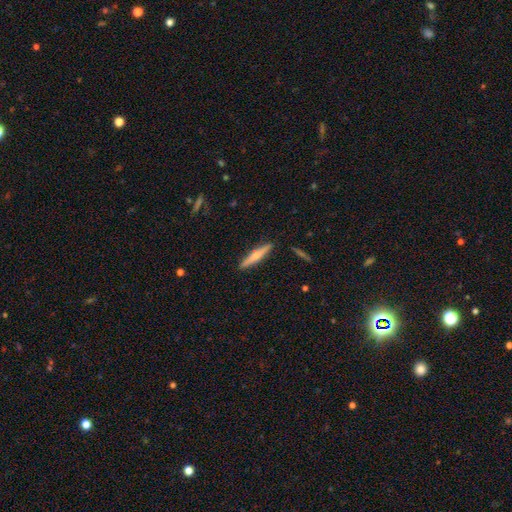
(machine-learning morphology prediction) smooth-or-featured: smooth: 54% | featured or disk: 40% | star or artifact: 6%
  how-rounded: cigar-shaped: 92% | in between: 6% | round: 2%
  merging: none: 90% | minor disturbance: 7% | major disturbance: 2% | merger: 2%